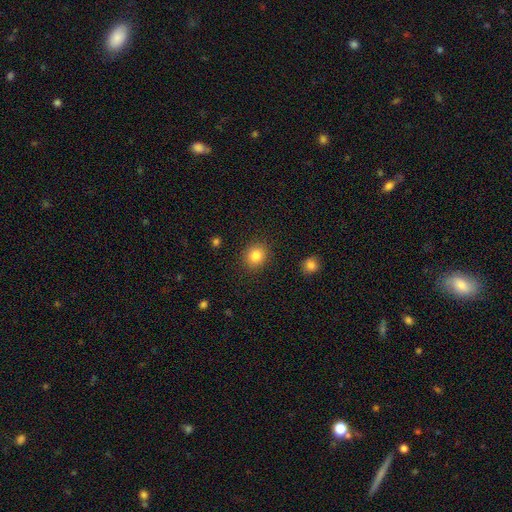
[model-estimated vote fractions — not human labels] Morphology: type=smooth (83%); roundness=round (78%); merging=none (89%).